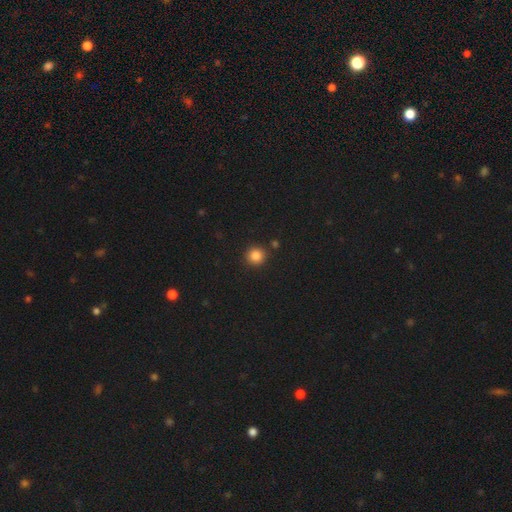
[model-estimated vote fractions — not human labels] A smooth galaxy with no disk features (85%) that is round (93%).

Vote fractions:
- Smooth or featured? smooth: 85% / star or artifact: 12% / featured or disk: 4%
- How rounded? round: 93% / in between: 6% / cigar-shaped: 1%
- Merging? none: 89% / minor disturbance: 6% / merger: 3% / major disturbance: 2%